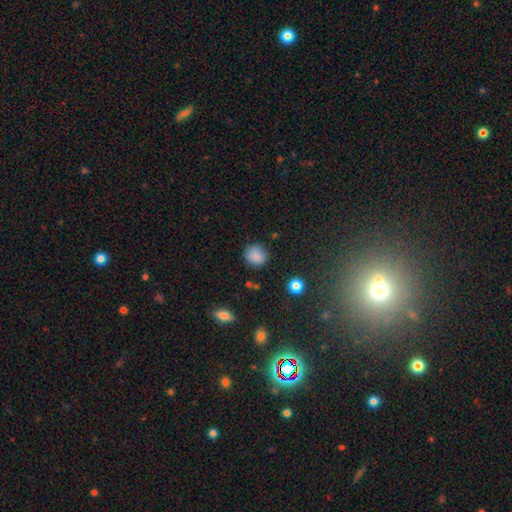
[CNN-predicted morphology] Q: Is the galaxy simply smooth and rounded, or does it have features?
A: smooth — 86%.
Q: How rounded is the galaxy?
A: round — 89%.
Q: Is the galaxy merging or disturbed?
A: none — 84%.